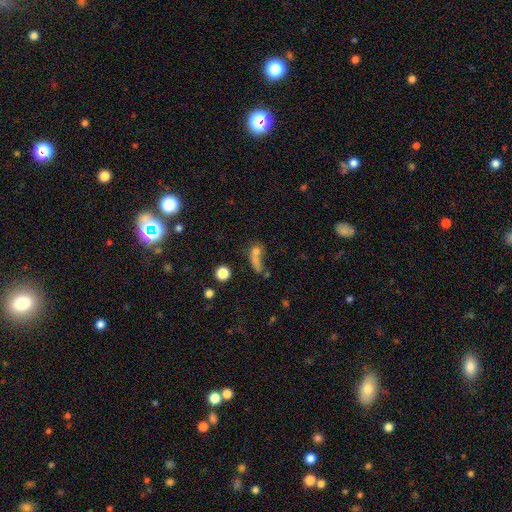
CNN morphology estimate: Overall: smooth (66%). How rounded: round (41%; in between 38%). Merging: merger (41%; none 34%).